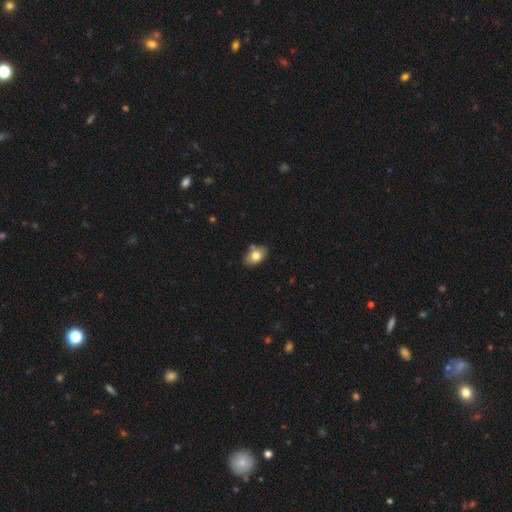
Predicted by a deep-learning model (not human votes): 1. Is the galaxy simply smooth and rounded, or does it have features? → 76% smooth, 16% featured or disk, 8% star or artifact.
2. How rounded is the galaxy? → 85% in between, 14% round, 1% cigar-shaped.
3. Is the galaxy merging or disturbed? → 74% none, 17% minor disturbance, 6% merger, 3% major disturbance.